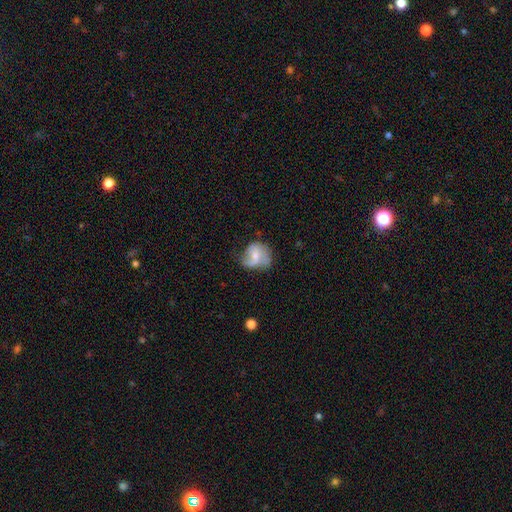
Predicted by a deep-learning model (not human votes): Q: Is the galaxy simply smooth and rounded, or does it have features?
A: featured or disk — 48%.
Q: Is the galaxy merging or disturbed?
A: none — 44%.